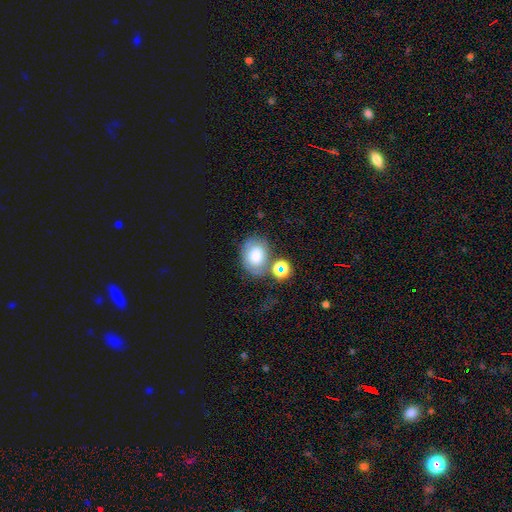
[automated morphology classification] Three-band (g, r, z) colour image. It shows a smooth galaxy with no disk features (64%) that is in between round and cigar-shaped (59%). Merging: none (58%).